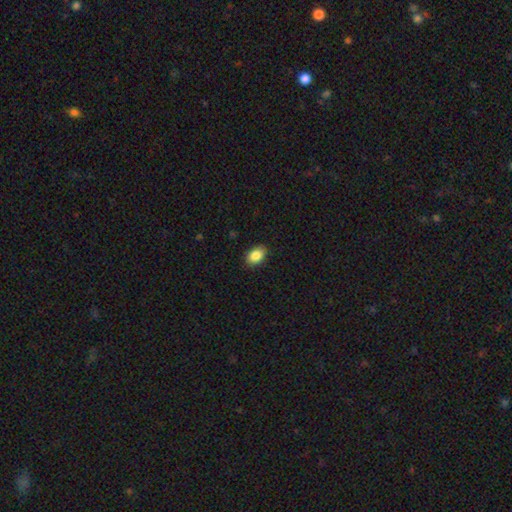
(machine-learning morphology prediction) Smooth or featured? Predicted: smooth (p=0.87). How rounded? Predicted: in between (p=0.85). Merging? Predicted: none (p=0.86).